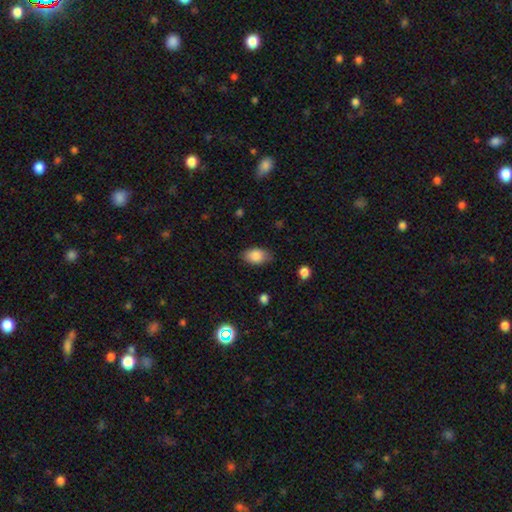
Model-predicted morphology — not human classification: type=smooth (85%); roundness=in between (89%); merging=none (78%).